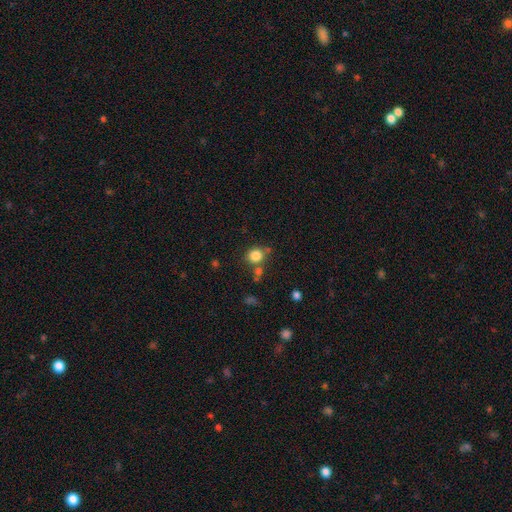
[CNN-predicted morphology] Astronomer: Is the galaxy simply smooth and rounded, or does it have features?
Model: smooth — 83%.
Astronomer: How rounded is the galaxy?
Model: round — 78%.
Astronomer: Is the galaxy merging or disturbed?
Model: none — 66%.